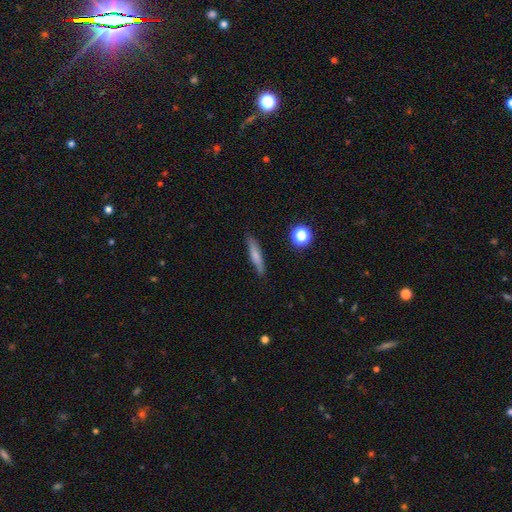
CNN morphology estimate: Smooth or featured? Predicted: smooth (p=0.71). How rounded? Predicted: cigar-shaped (p=0.84). Merging? Predicted: none (p=0.84).